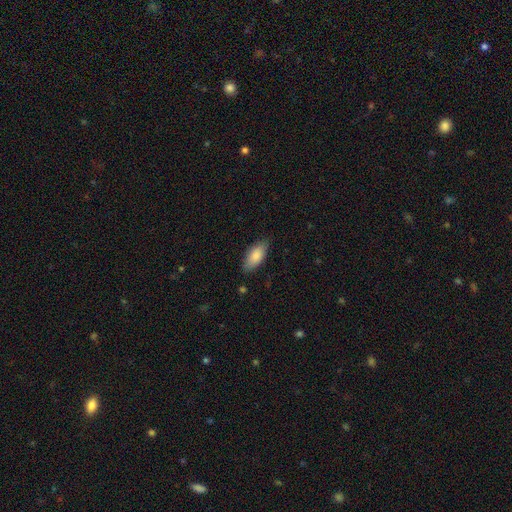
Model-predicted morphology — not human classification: type=smooth (84%); roundness=in between (87%); merging=none (82%).